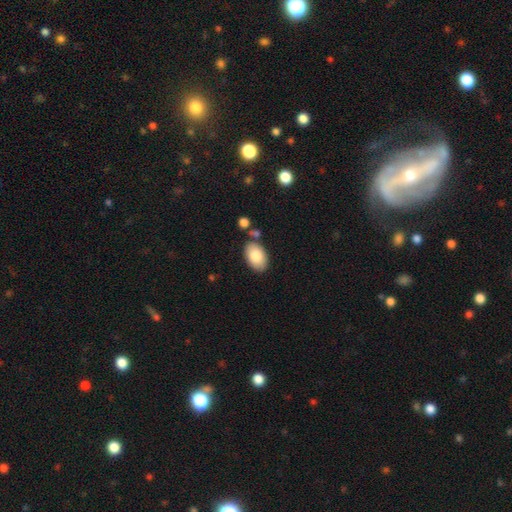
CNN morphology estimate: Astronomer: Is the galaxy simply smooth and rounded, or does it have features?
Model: smooth — 82%.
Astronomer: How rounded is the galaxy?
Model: in between — 93%.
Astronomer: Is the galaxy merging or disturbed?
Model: none — 78%.